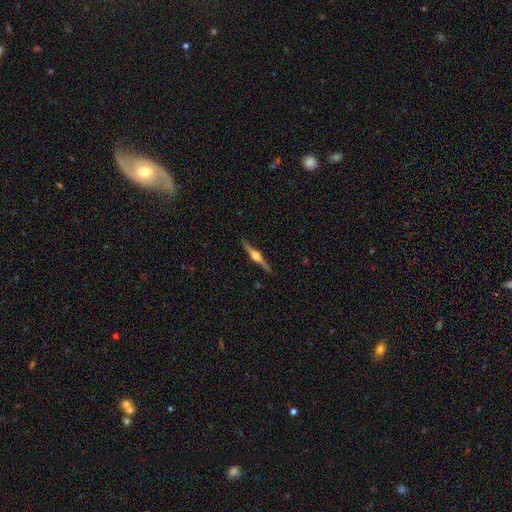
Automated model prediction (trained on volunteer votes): Morphology: type=featured or disk (82%); edge-on=yes (98%); edge-on bulge=rounded (93%); merging=none (90%).